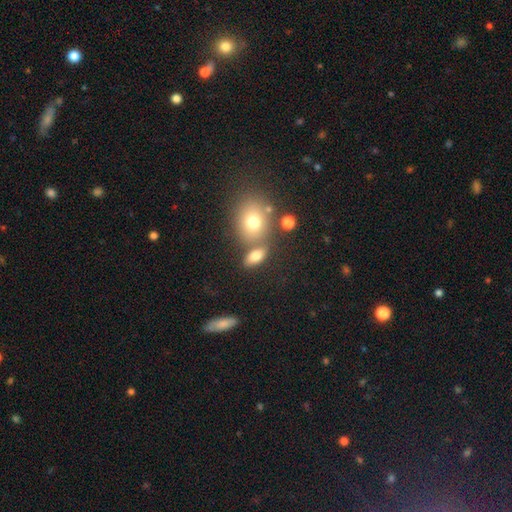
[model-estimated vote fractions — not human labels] smooth 75%, featured or disk 14%, star or artifact 11%. Down the decision tree: how rounded — in between (79%); merging — none (59%).